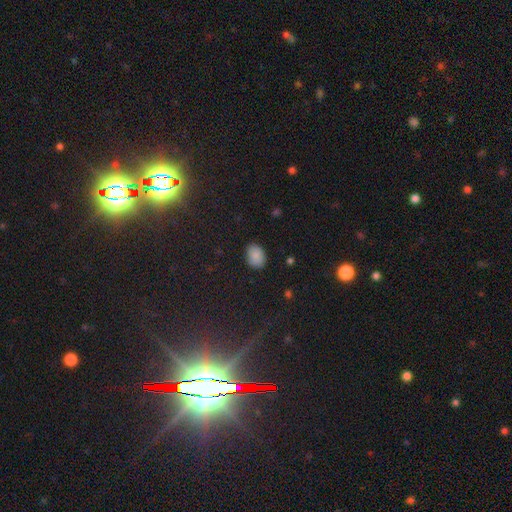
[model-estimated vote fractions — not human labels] Morphology: type=smooth (87%); roundness=in between (76%); merging=none (87%).